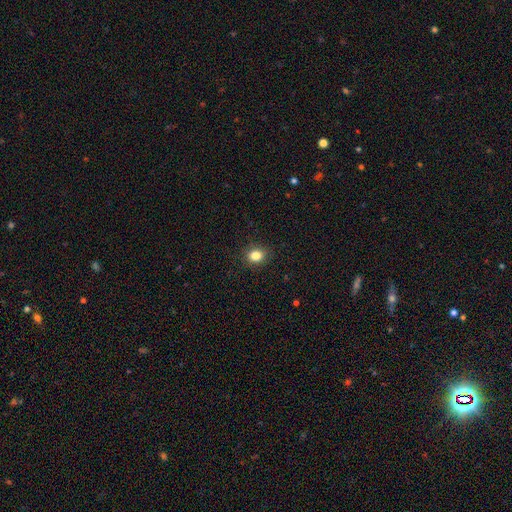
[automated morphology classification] Q: Smooth or featured?
A: smooth (83%); runner-up: star or artifact (12%)
Q: How rounded?
A: round (64%); runner-up: in between (35%)
Q: Merging?
A: none (89%); runner-up: minor disturbance (8%)